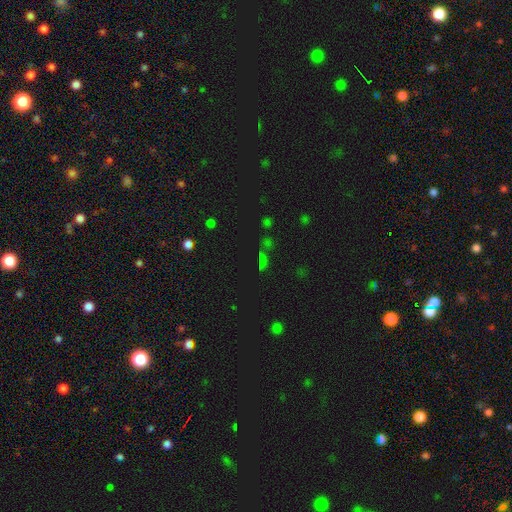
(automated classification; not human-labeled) smooth_or_featured: star or artifact (p=0.54) [alt: smooth p=0.31]